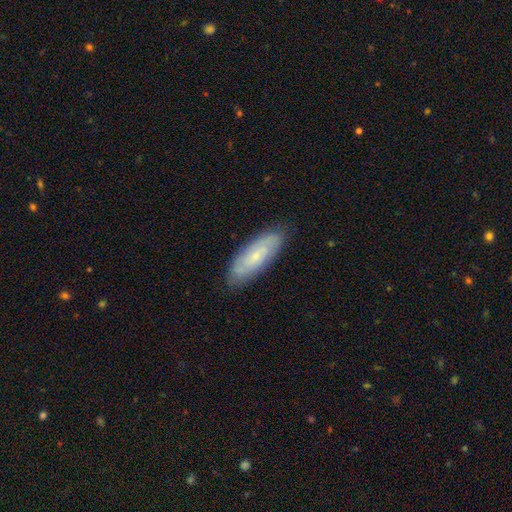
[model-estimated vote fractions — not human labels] Smooth or featured? featured or disk (48%)
Merging? none (84%)